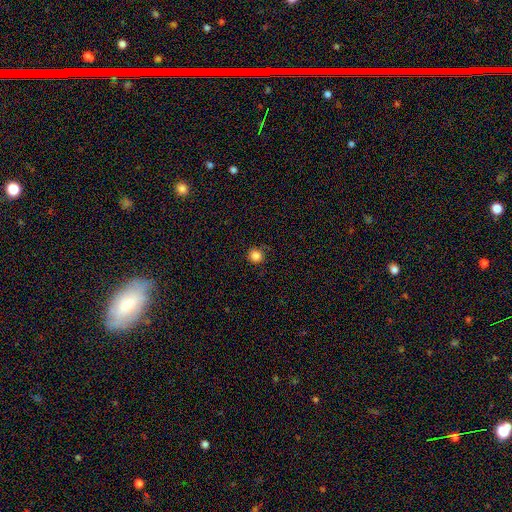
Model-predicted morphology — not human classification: type=smooth (84%); roundness=round (94%); merging=none (86%).